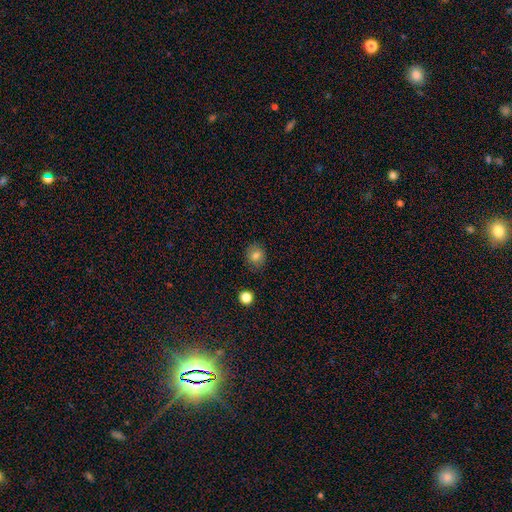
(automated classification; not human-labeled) smooth-or-featured: smooth: 81% | star or artifact: 11% | featured or disk: 8%
  how-rounded: round: 75% | in between: 24% | cigar-shaped: 1%
  merging: none: 84% | minor disturbance: 12% | major disturbance: 3% | merger: 2%